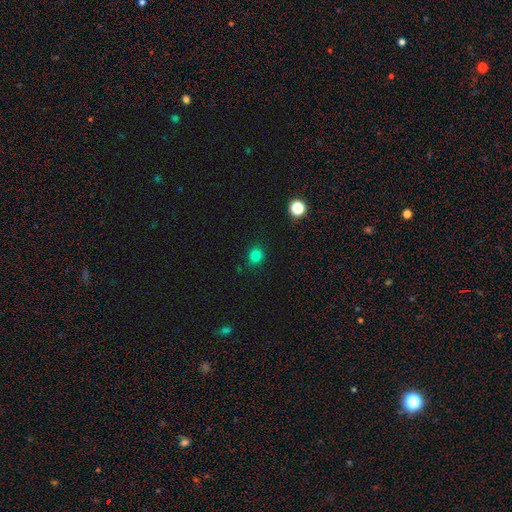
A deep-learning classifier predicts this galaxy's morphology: Smooth or featured?
  - smooth: 81% *
  - star or artifact: 15%
  - featured or disk: 4%
How rounded?
  - round: 78% *
  - in between: 21%
  - cigar-shaped: 1%
Merging?
  - none: 86% *
  - minor disturbance: 10%
  - major disturbance: 3%
  - merger: 2%